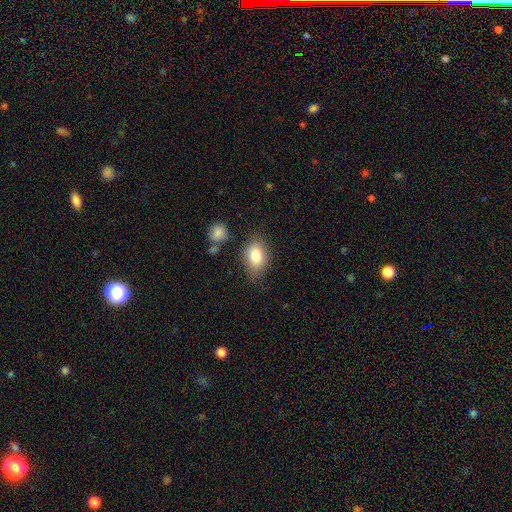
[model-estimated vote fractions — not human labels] Morphology: type=smooth (82%); roundness=in between (85%); merging=none (72%).